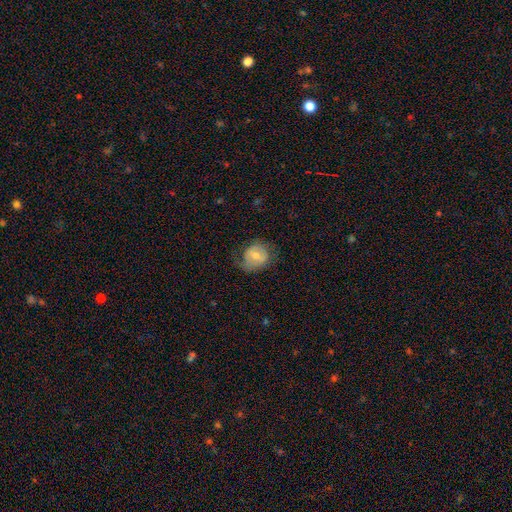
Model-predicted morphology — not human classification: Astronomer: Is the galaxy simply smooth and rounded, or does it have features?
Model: smooth — 53% (runner-up: featured or disk, 40%).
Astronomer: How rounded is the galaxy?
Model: round — 60% (runner-up: in between, 39%).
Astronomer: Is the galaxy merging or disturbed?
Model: none — 56%.